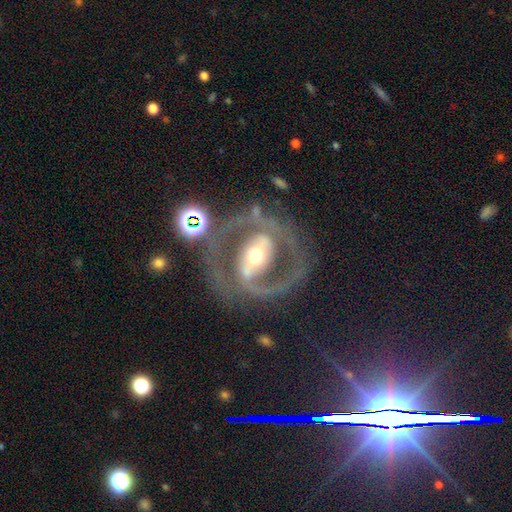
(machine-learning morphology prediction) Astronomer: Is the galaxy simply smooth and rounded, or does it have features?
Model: featured or disk — 80%.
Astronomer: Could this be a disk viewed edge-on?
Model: no — 95%.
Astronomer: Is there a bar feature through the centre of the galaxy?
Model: strong — 51%.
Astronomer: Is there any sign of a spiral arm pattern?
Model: yes — 60% (runner-up: no, 40%).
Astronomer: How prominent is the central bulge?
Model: moderate — 68%.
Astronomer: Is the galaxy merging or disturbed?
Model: none — 65%.